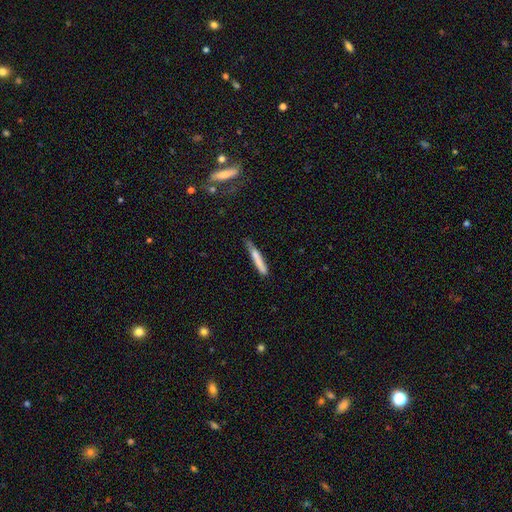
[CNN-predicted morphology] This is possibly a smooth galaxy (56%). How rounded: clearly cigar-shaped (94%). Merging: likely none (80%).